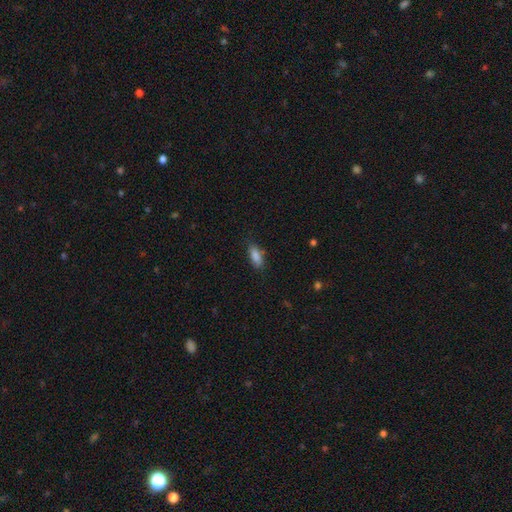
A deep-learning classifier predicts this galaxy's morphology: Smooth or featured? Predicted: smooth (p=0.86). How rounded? Predicted: in between (p=0.80). Merging? Predicted: none (p=0.78).